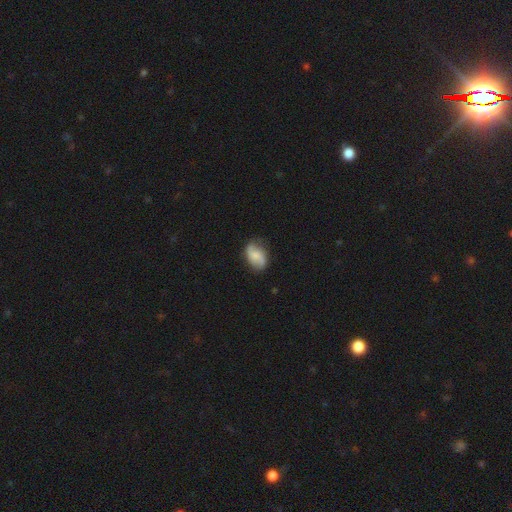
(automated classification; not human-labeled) Smooth or featured? smooth (49%)
Merging? none (75%)